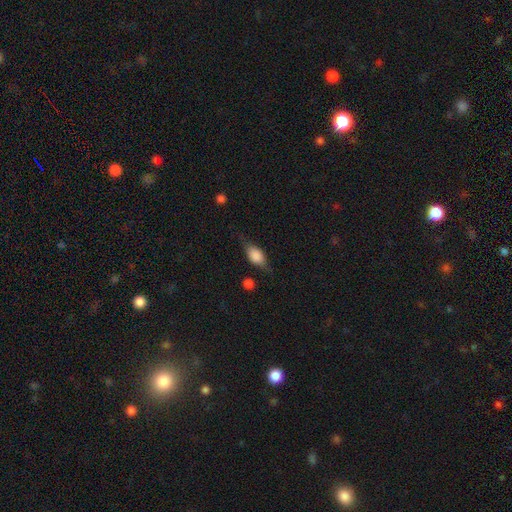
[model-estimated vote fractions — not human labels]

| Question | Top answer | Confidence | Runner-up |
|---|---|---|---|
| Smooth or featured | smooth | 60% | featured or disk (32%) |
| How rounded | in between | 77% | round (12%) |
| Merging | none | 63% | minor disturbance (25%) |